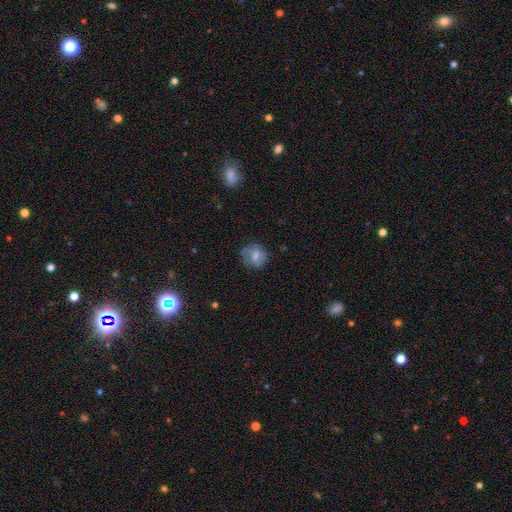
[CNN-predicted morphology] Overall: smooth (61%; featured or disk 30%). How rounded: round (76%). Merging: none (67%).